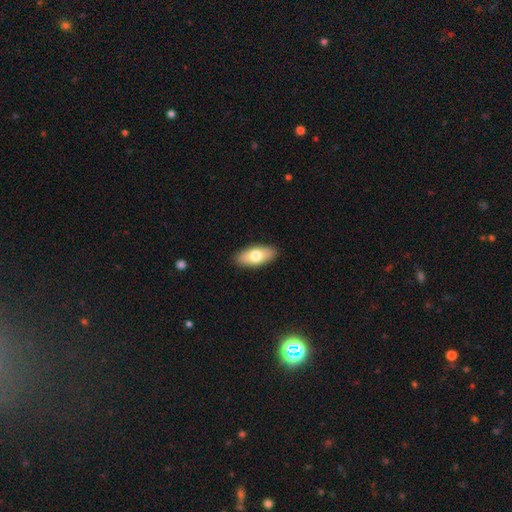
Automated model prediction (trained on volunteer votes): smooth-or-featured: smooth: 72% | featured or disk: 22% | star or artifact: 6%
  how-rounded: in between: 86% | cigar-shaped: 11% | round: 3%
  merging: none: 90% | minor disturbance: 8% | major disturbance: 2% | merger: 1%